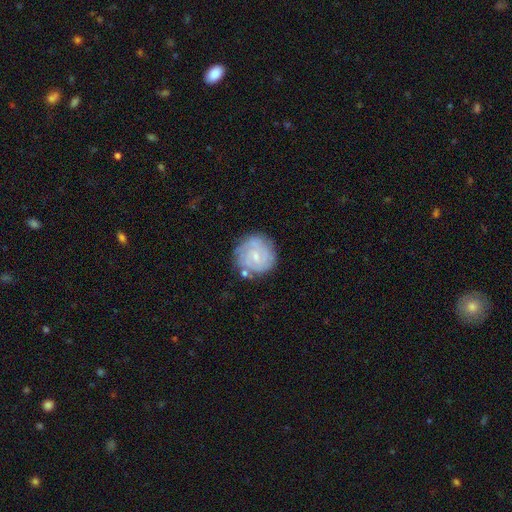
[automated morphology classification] Smooth or featured?
  - featured or disk: 73% *
  - smooth: 21%
  - star or artifact: 6%
Edge-on disk?
  - no: 98% *
  - yes: 2%
Bar?
  - no: 52% *
  - weak: 42%
  - strong: 6%
Spiral arms?
  - yes: 91% *
  - no: 9%
Spiral winding?
  - tight: 72% *
  - medium: 22%
  - loose: 5%
Spiral arm count?
  - can't tell: 33% *
  - 2: 29%
  - 3: 21%
  - 4: 8%
  - 1: 5%
  - more than 4: 4%
Bulge size?
  - small: 70% *
  - moderate: 23%
  - none: 5%
  - large: 1%
  - dominant: 1%
Merging?
  - none: 73% *
  - minor disturbance: 17%
  - major disturbance: 6%
  - merger: 5%